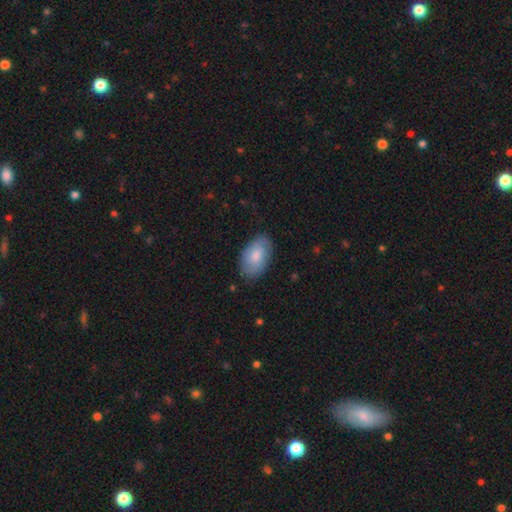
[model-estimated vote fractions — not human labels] Smooth or featured? Predicted: smooth (p=0.74). How rounded? Predicted: in between (p=0.93). Merging? Predicted: none (p=0.78).